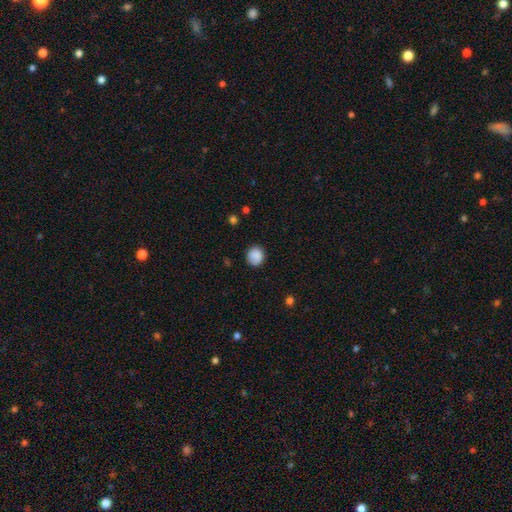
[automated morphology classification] smooth 86%, star or artifact 9%, featured or disk 5%. Down the decision tree: how rounded — round (81%); merging — none (81%).